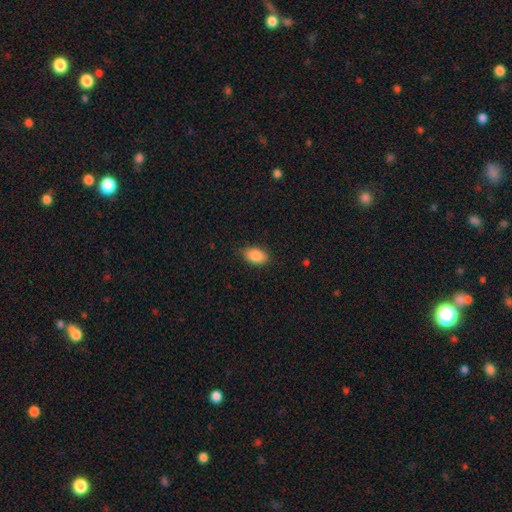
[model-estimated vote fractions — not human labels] Smooth or featured: smooth — 88% (star or artifact — 7%)
How rounded: in between — 91% (round — 7%)
Merging: none — 86% (minor disturbance — 11%)